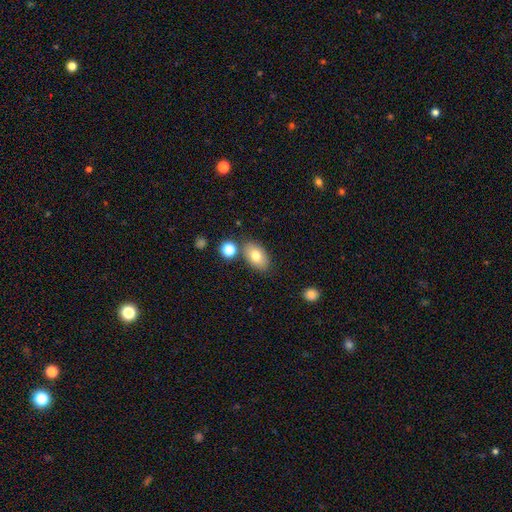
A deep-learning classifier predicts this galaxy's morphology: This appears to be a smooth galaxy with no disk features (76%) that is in between round and cigar-shaped (89%). Merging: none (76%).